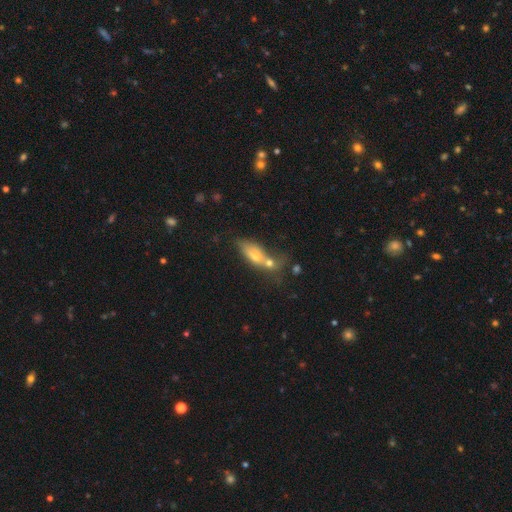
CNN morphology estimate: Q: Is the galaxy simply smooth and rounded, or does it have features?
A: smooth — 62%.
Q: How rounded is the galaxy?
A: in between — 69%.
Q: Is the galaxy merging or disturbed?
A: merger — 54%.